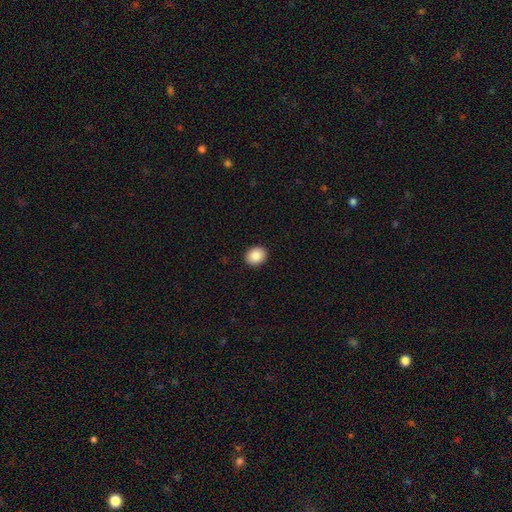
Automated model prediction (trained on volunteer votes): Smooth or featured?
  - smooth: 88% *
  - star or artifact: 8%
  - featured or disk: 4%
How rounded?
  - round: 56% *
  - in between: 43%
  - cigar-shaped: 1%
Merging?
  - none: 92% *
  - minor disturbance: 5%
  - major disturbance: 2%
  - merger: 1%